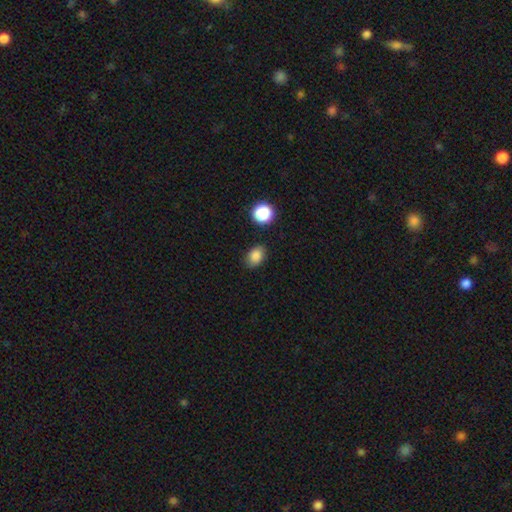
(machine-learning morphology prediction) Smooth or featured: smooth — 84% (star or artifact — 11%)
How rounded: in between — 75% (round — 24%)
Merging: none — 83% (minor disturbance — 11%)